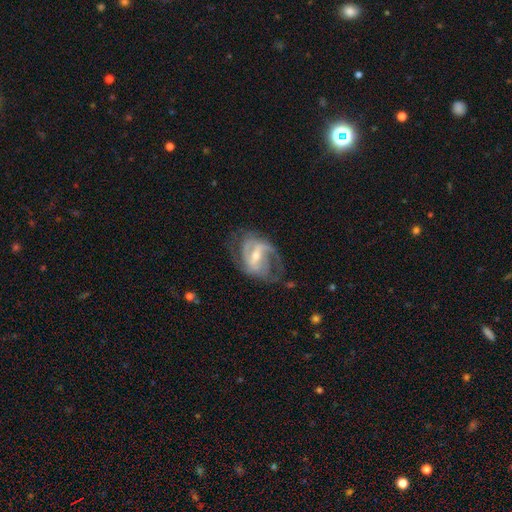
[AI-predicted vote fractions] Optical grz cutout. It shows a featured or disk galaxy (85%) with a strong bar (43%, tied with weak), 2 (58%) medium (46%) spiral arms (90%) and a moderate central bulge (49%). Merging: none (52%).